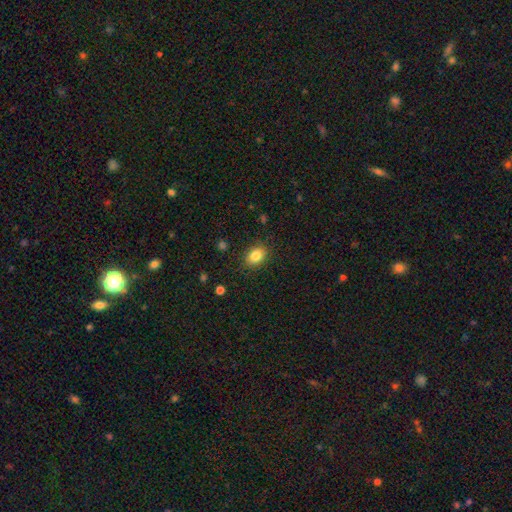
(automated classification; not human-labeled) The model was most divided on "how rounded": in between: 69%, round: 30%, cigar-shaped: 1%. More confident: merging — none (85%); smooth or featured — smooth (84%).